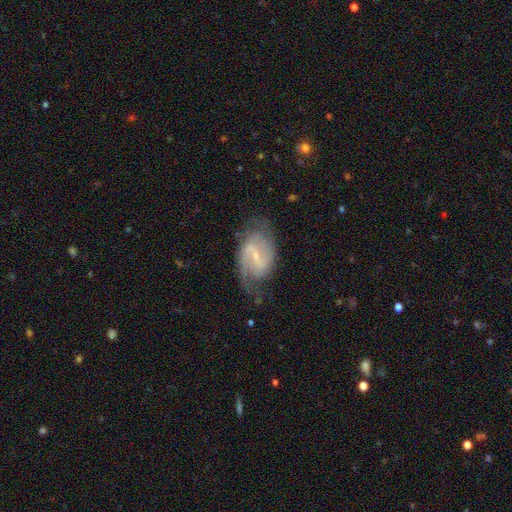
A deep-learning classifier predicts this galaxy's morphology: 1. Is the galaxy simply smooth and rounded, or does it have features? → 87% featured or disk, 8% smooth, 5% star or artifact.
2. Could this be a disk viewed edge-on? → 97% no, 3% yes.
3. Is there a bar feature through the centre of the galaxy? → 54% weak, 29% strong, 17% no.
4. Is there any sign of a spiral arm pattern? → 96% yes, 4% no.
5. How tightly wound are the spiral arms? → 53% medium, 25% tight, 22% loose.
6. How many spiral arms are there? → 85% 2, 6% can't tell, 3% 3, 3% 1, 1% 4, 1% more than 4.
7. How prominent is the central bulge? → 73% small, 20% moderate, 5% none, 1% large, 1% dominant.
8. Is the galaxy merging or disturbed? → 70% none, 20% minor disturbance, 9% major disturbance, 2% merger.